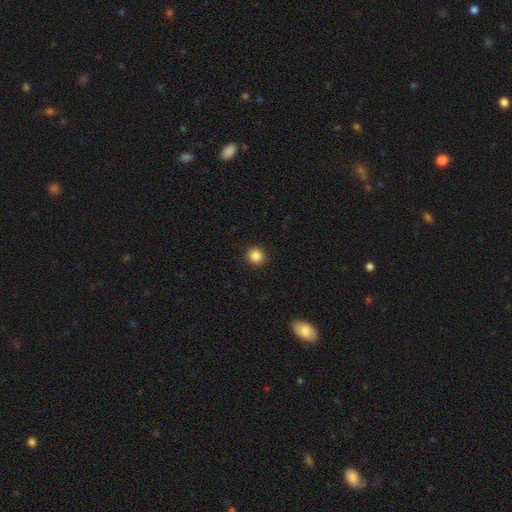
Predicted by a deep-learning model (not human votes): Overall: smooth (86%). How rounded: round (92%). Merging: none (93%).